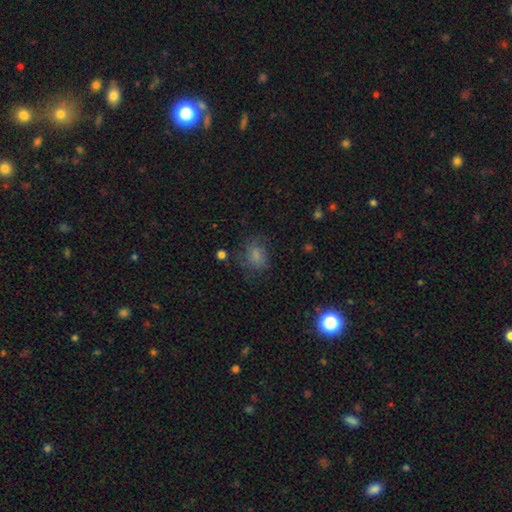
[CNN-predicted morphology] A smooth galaxy with no disk features (66%) that is round (53%). Merging: none (60%).